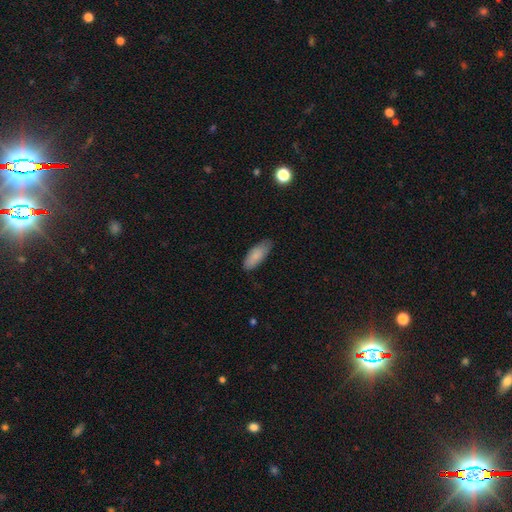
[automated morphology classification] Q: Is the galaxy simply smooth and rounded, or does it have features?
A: smooth — 86%.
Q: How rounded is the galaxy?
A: in between — 79%.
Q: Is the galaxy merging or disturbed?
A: none — 72%.